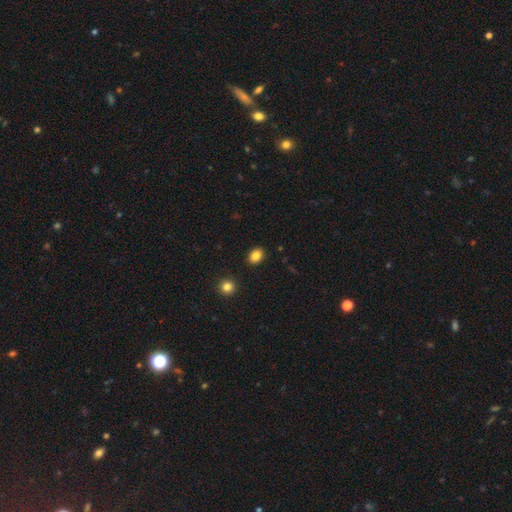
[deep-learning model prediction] A smooth galaxy with no disk features (84%) that is in between round and cigar-shaped (66%). Merging: none (89%).